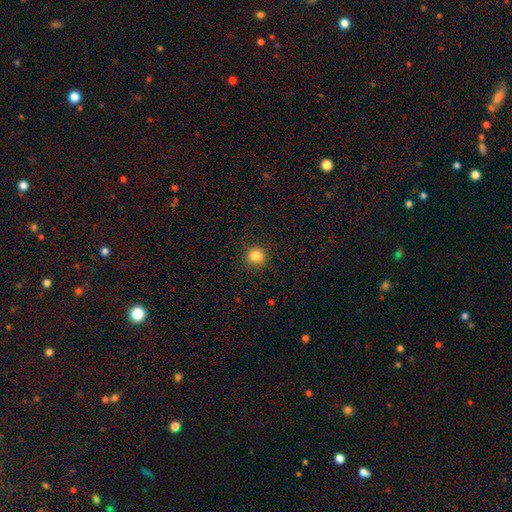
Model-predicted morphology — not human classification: Smooth or featured: smooth — 85% (star or artifact — 11%)
How rounded: round — 85% (in between — 14%)
Merging: none — 88% (minor disturbance — 8%)